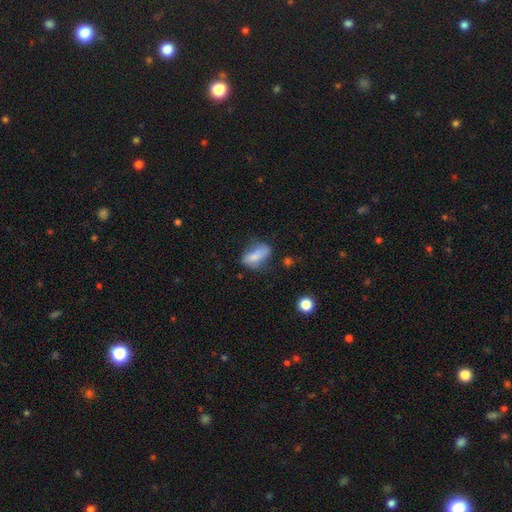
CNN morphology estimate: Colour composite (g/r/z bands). It shows a smooth galaxy with no disk features (72%) that is in between round and cigar-shaped (85%). Merging: none (42%).